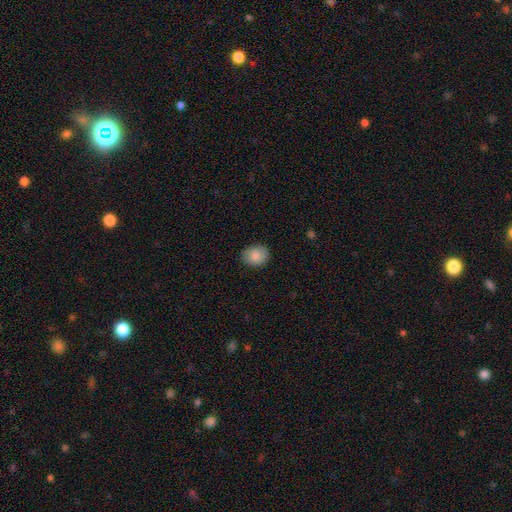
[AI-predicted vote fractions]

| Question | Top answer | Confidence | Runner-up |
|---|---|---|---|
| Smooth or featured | smooth | 86% | star or artifact (7%) |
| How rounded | round | 57% | in between (42%) |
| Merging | none | 85% | minor disturbance (12%) |